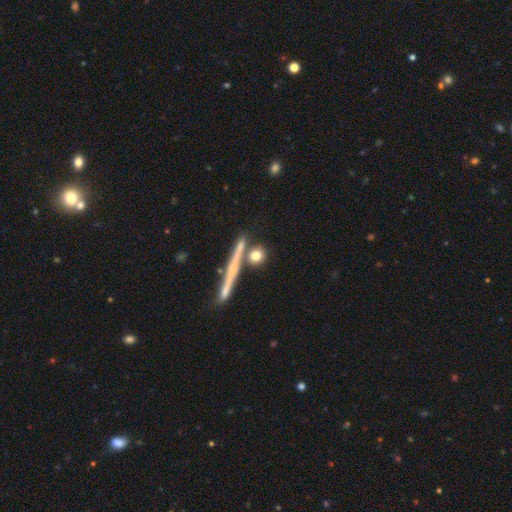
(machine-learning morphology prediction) This appears to be a smooth galaxy with no disk features (72%) that is round (73%). Merging: none (71%).